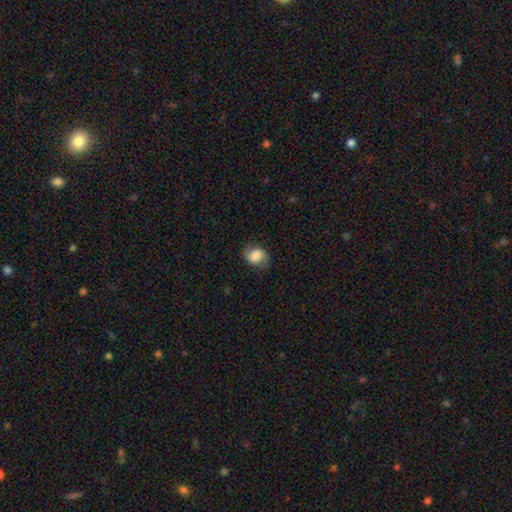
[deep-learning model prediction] Smooth or featured: smooth — 75% (featured or disk — 17%)
How rounded: round — 53% (in between — 46%)
Merging: none — 73% (minor disturbance — 19%)